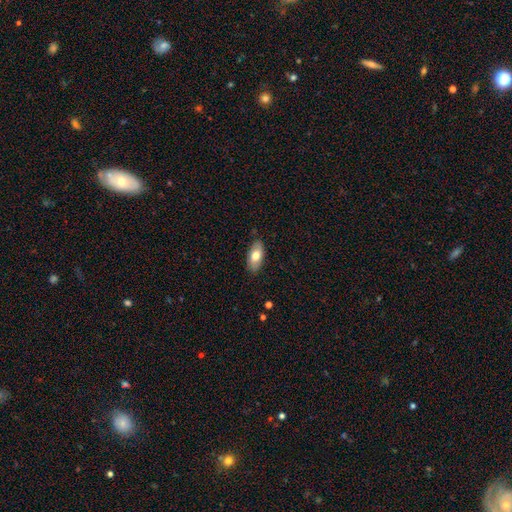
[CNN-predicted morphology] Smooth or featured: smooth — 71% (featured or disk — 23%)
How rounded: in between — 92% (cigar-shaped — 5%)
Merging: none — 86% (minor disturbance — 11%)